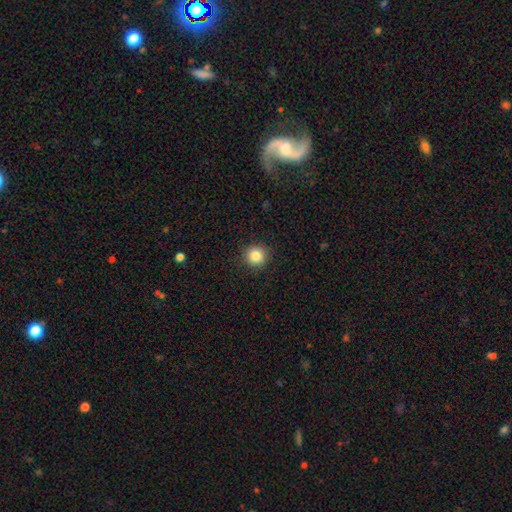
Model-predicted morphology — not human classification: This appears to be a smooth galaxy with no disk features (84%) that is round (94%). Merging: none (91%).